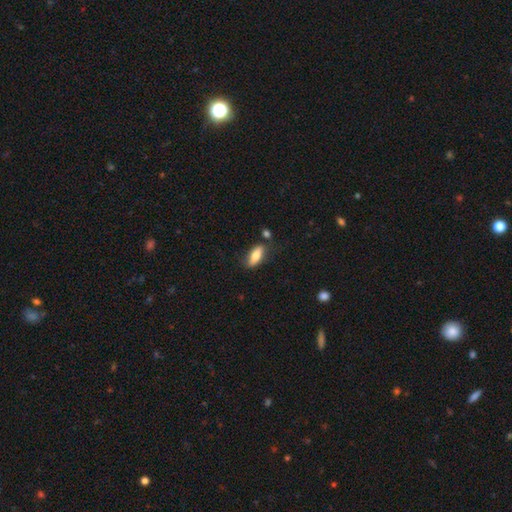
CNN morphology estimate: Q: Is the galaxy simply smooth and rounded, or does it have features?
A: smooth — 71%.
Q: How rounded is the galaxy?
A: in between — 72%.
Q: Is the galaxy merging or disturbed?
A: none — 71%.